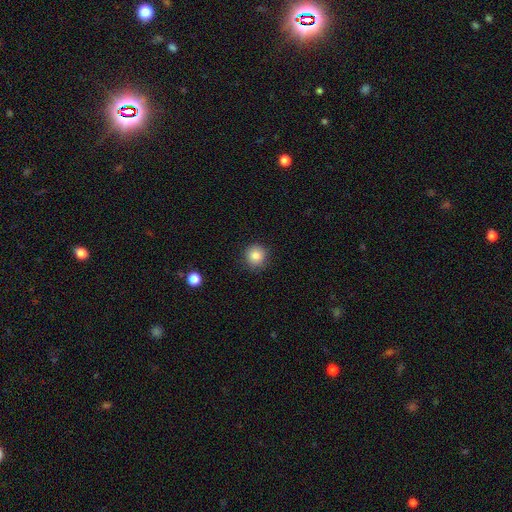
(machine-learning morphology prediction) Smooth or featured?
  - smooth: 83% *
  - star or artifact: 10%
  - featured or disk: 7%
How rounded?
  - round: 92% *
  - in between: 7%
  - cigar-shaped: 1%
Merging?
  - none: 88% *
  - minor disturbance: 9%
  - major disturbance: 2%
  - merger: 1%